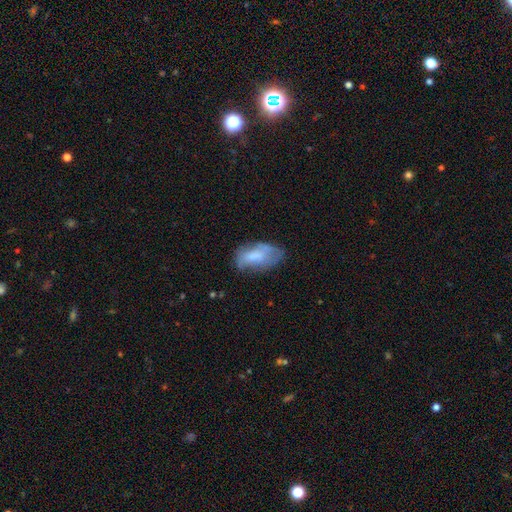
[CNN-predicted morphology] smooth 60%, featured or disk 32%, star or artifact 8%. Down the decision tree: how rounded — in between (92%); merging — none (47%).